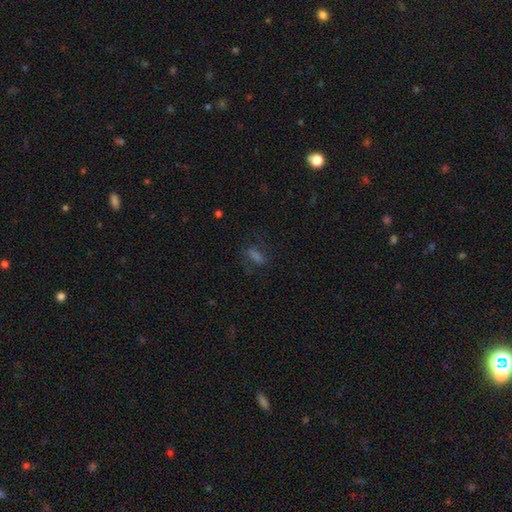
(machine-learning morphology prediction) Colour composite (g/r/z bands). It shows a smooth galaxy with no disk features (48%). Merging: none (68%).